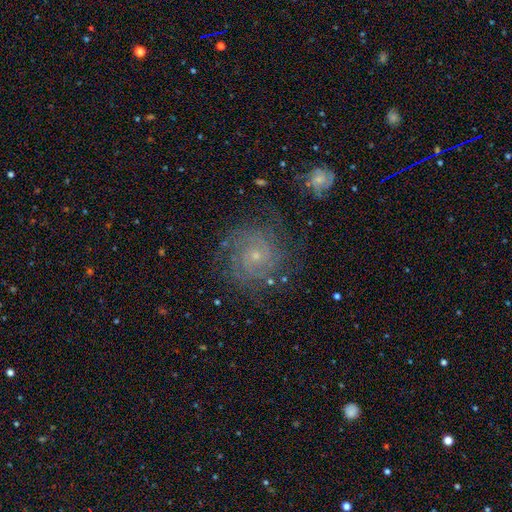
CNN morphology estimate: This appears to be a featured or disk galaxy (77%) with no bar (76%), tight (73%) spiral arms (96%) and a small central bulge (76%). Merging: none (78%).